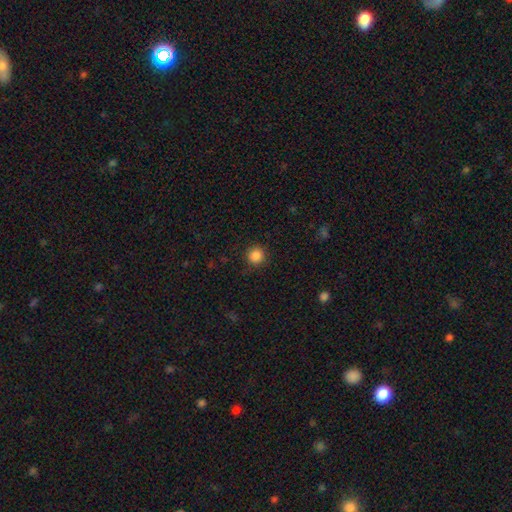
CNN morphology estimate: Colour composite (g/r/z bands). It shows a smooth galaxy with no disk features (86%) that is round (94%). Merging: none (90%).